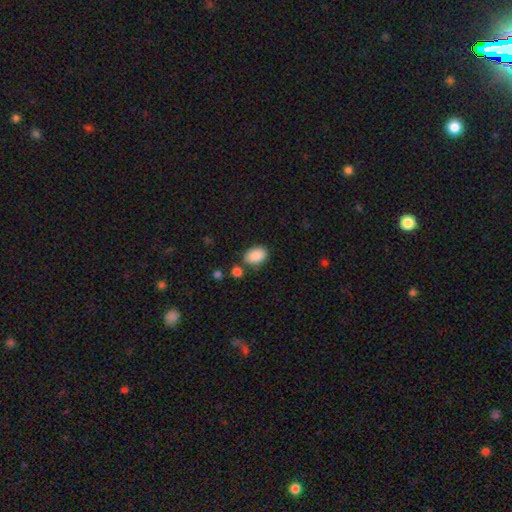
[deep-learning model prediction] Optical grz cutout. It shows a smooth galaxy with no disk features (89%) that is in between round and cigar-shaped (87%). Merging: none (75%).